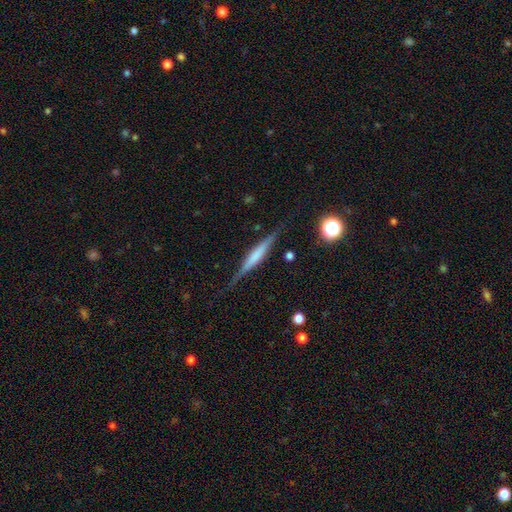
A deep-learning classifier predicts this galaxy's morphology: smooth-or-featured: featured or disk: 62% | smooth: 31% | star or artifact: 7%
  disk-edge-on: yes: 97% | no: 3%
    edge-on-bulge: none: 37% | boxy: 32% | rounded: 30%
  merging: none: 83% | minor disturbance: 12% | major disturbance: 3% | merger: 2%